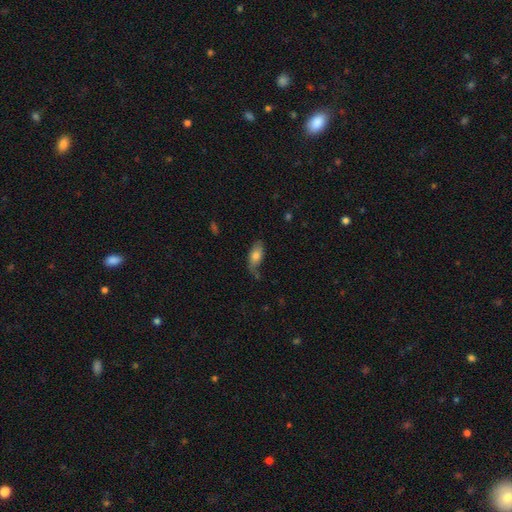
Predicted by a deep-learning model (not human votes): Smooth or featured?
  - smooth: 75% *
  - featured or disk: 18%
  - star or artifact: 7%
How rounded?
  - in between: 85% *
  - cigar-shaped: 12%
  - round: 3%
Merging?
  - none: 55% *
  - minor disturbance: 30%
  - major disturbance: 10%
  - merger: 6%